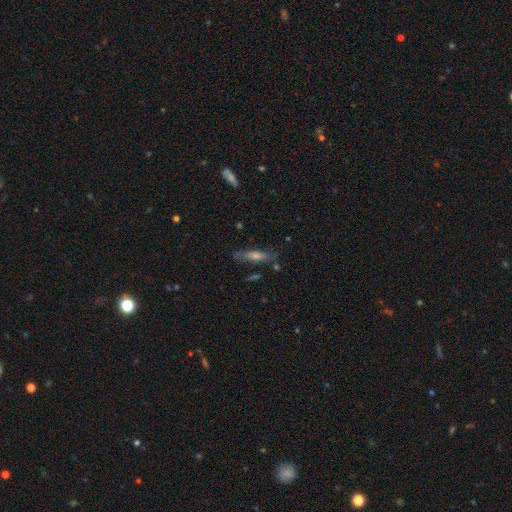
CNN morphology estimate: Smooth or featured?
  - featured or disk: 49% *
  - smooth: 38%
  - star or artifact: 13%
Merging?
  - none: 72% *
  - minor disturbance: 18%
  - major disturbance: 7%
  - merger: 4%